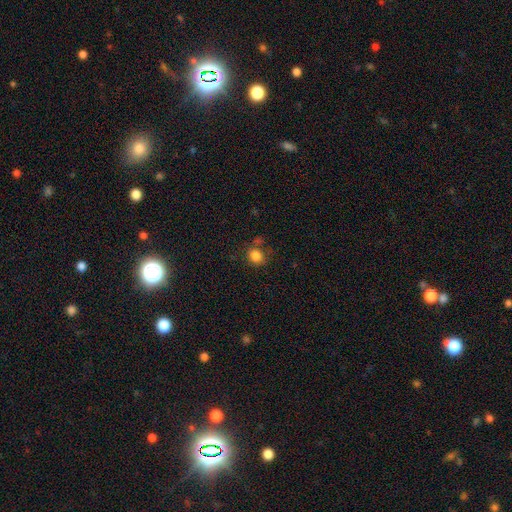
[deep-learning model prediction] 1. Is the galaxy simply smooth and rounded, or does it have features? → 83% smooth, 12% star or artifact, 5% featured or disk.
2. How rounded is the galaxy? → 74% round, 25% in between, 1% cigar-shaped.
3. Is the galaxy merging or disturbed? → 66% none, 16% minor disturbance, 11% merger, 7% major disturbance.